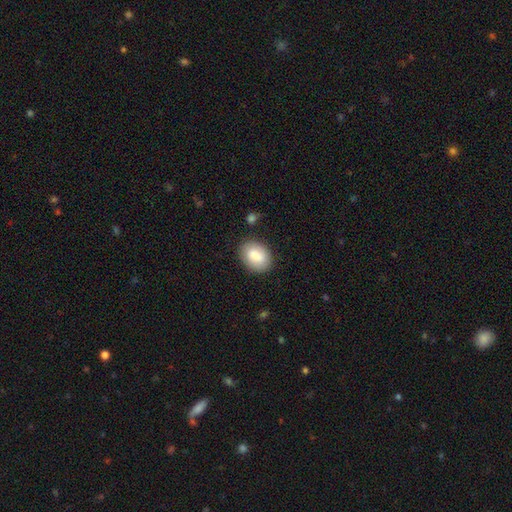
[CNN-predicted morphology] This appears to be a smooth galaxy with no disk features (83%) that is in between round and cigar-shaped (80%). Merging: none (84%).